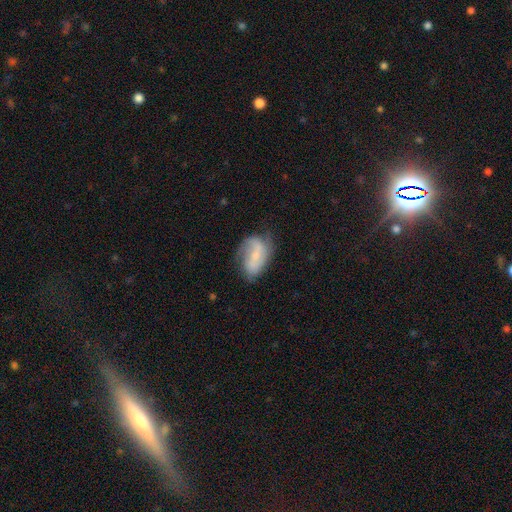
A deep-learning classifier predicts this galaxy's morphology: Smooth or featured: featured or disk — 61% (smooth — 32%)
Edge-on disk: no — 96% (yes — 4%)
Bar: no — 43% (weak — 41%)
Spiral arms: yes — 86% (no — 14%)
Spiral winding: loose — 40% (medium — 39%)
Spiral arm count: 2 — 60% (can't tell — 17%)
Bulge size: small — 61% (moderate — 27%)
Merging: none — 52% (minor disturbance — 30%)